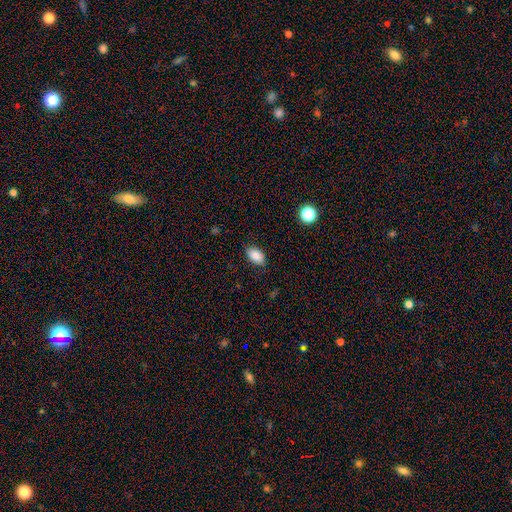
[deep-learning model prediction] Smooth or featured? smooth (85%)
How rounded? in between (91%)
Merging? none (84%)